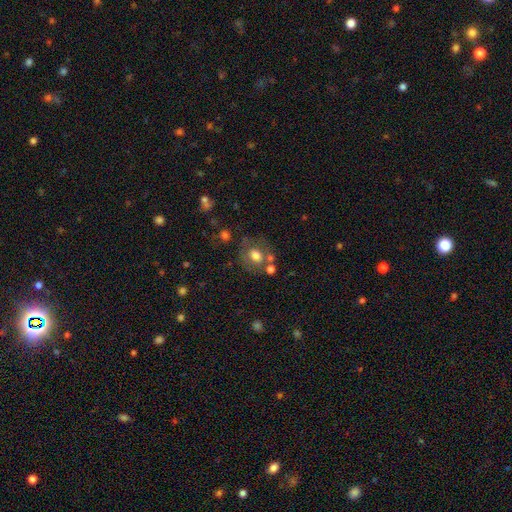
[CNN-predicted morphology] This appears to be a smooth galaxy with no disk features (66%) that is round (67%). Merging: none (61%).